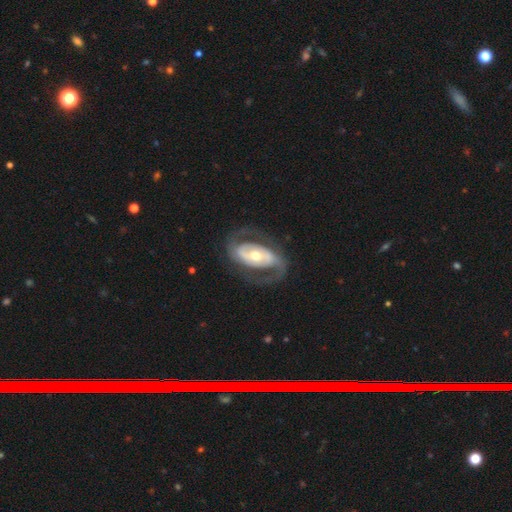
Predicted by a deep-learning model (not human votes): featured or disk 85%, smooth 10%, star or artifact 4%. Down the decision tree: edge-on disk — no (96%); bar — no (38%); spiral arms — yes (88%); spiral arm count — 2 (88%); spiral winding — medium (48%); bulge size — moderate (66%); merging — none (73%).